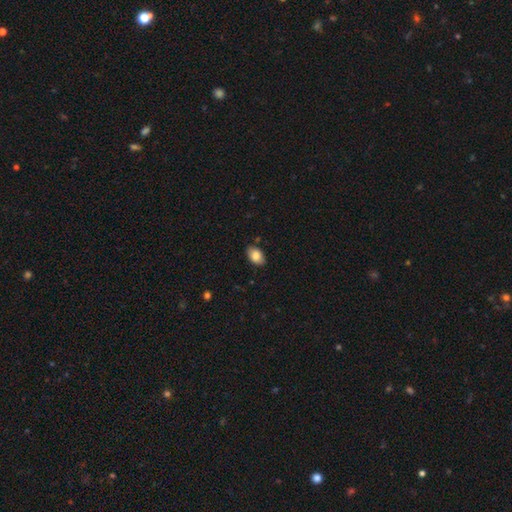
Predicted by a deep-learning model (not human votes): smooth 83%, featured or disk 9%, star or artifact 7%. Down the decision tree: how rounded — in between (90%); merging — none (85%).